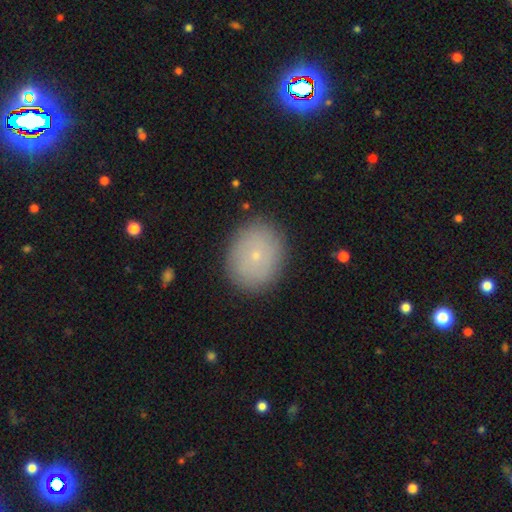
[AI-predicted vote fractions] Smooth or featured? smooth (64%)
How rounded? round (58%)
Merging? none (87%)